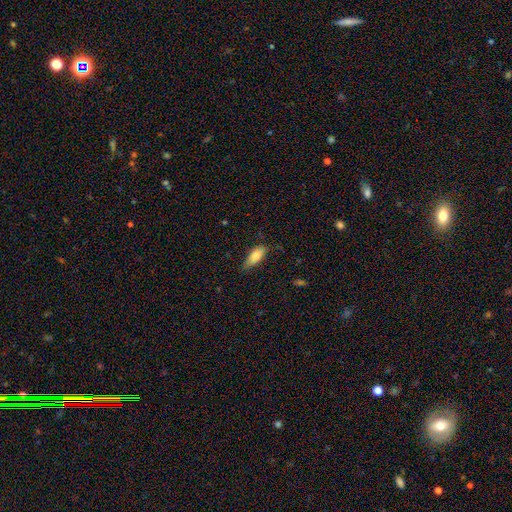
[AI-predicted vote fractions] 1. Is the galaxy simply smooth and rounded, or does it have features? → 80% smooth, 13% featured or disk, 7% star or artifact.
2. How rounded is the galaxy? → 76% in between, 22% cigar-shaped, 2% round.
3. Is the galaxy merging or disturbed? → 71% none, 23% minor disturbance, 4% major disturbance, 1% merger.